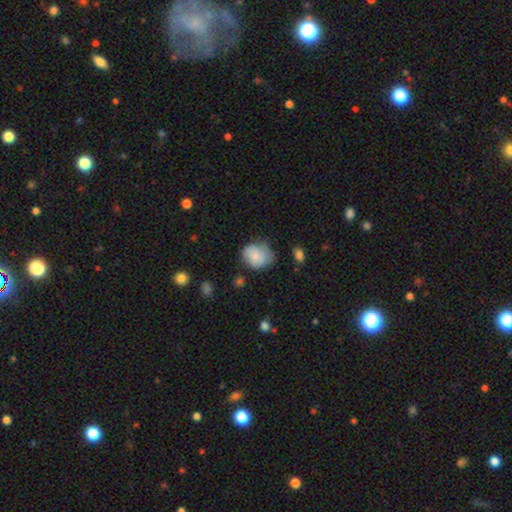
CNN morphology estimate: Smooth or featured? smooth (76%)
How rounded? round (54%)
Merging? none (53%)